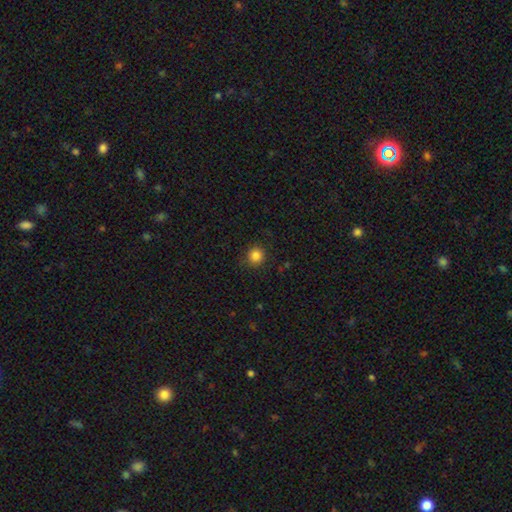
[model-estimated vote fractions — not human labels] Smooth or featured?
  - smooth: 84% *
  - star or artifact: 12%
  - featured or disk: 4%
How rounded?
  - round: 91% *
  - in between: 8%
  - cigar-shaped: 1%
Merging?
  - none: 88% *
  - minor disturbance: 8%
  - major disturbance: 3%
  - merger: 1%